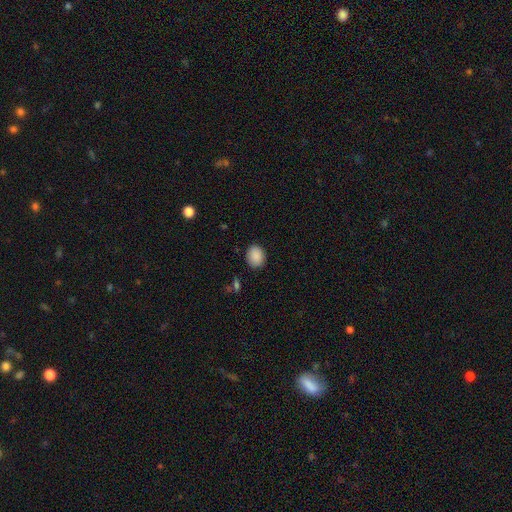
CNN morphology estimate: This appears to be a smooth galaxy with no disk features (89%) that is round (53%). Merging: none (87%).